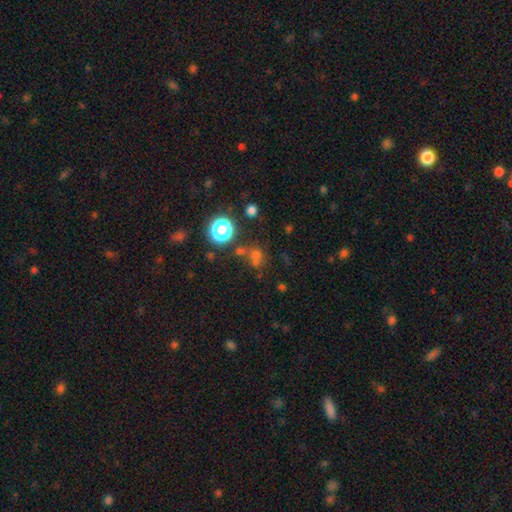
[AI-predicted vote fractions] Smooth or featured?
  - smooth: 55% *
  - star or artifact: 35%
  - featured or disk: 10%
How rounded?
  - round: 83% *
  - in between: 16%
  - cigar-shaped: 1%
Merging?
  - none: 58% *
  - merger: 25%
  - minor disturbance: 11%
  - major disturbance: 6%